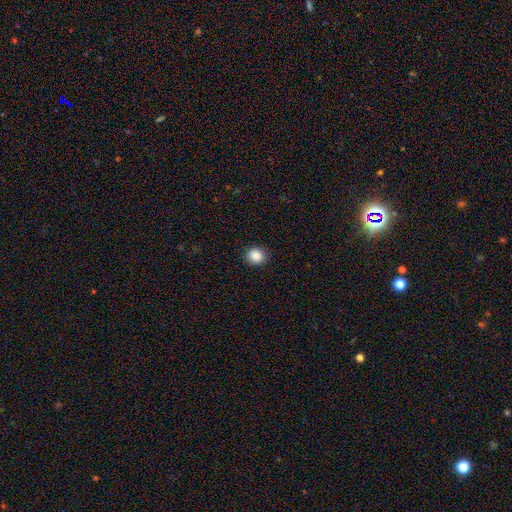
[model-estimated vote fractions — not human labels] Overall: smooth (87%). How rounded: round (87%). Merging: none (89%).